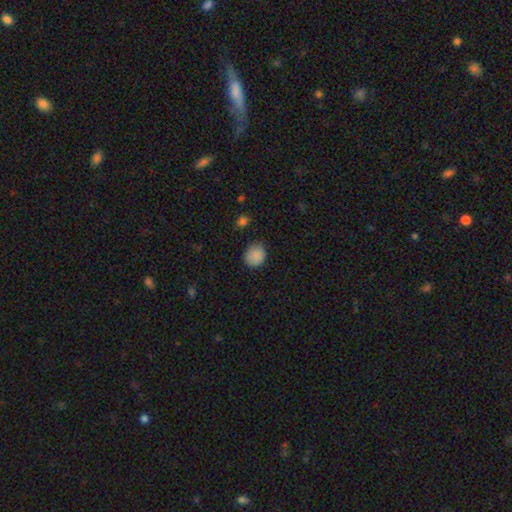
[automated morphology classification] type=smooth (87%); roundness=round (71%); merging=none (80%).